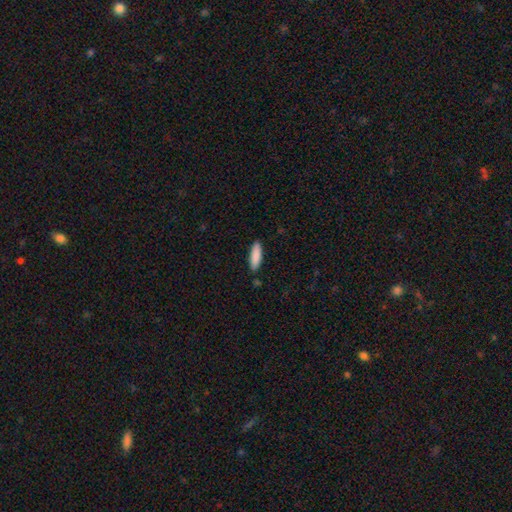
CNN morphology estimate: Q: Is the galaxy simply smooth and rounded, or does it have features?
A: smooth — 88%.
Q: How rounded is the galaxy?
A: cigar-shaped — 53%.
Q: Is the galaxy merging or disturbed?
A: none — 85%.